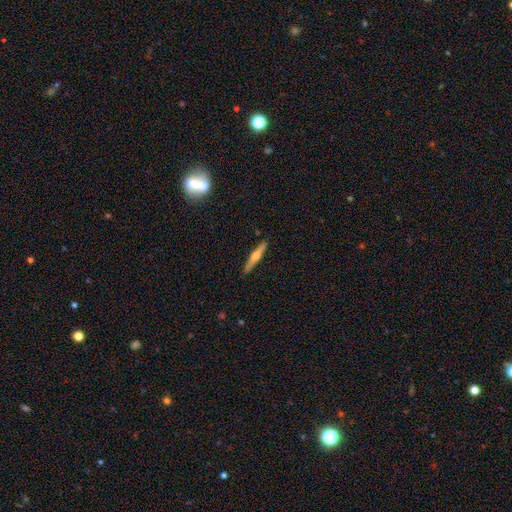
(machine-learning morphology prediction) type=featured or disk (63%); edge-on=yes (97%); edge-on bulge=rounded (90%); merging=none (91%).